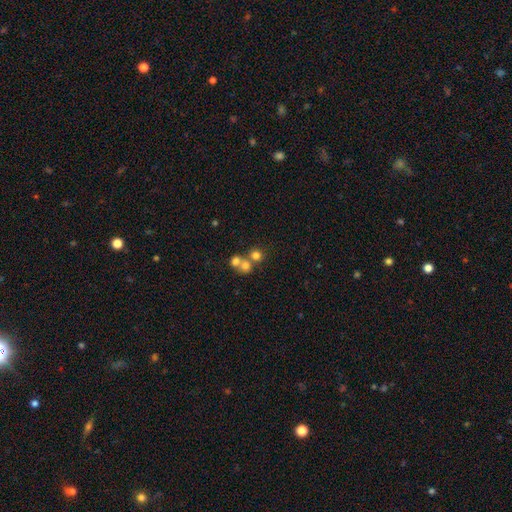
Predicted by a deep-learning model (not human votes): The model was most divided on "merging": merger: 46%, none: 45%, minor disturbance: 6%, major disturbance: 4%. More confident: how rounded — round (87%); smooth or featured — smooth (70%).